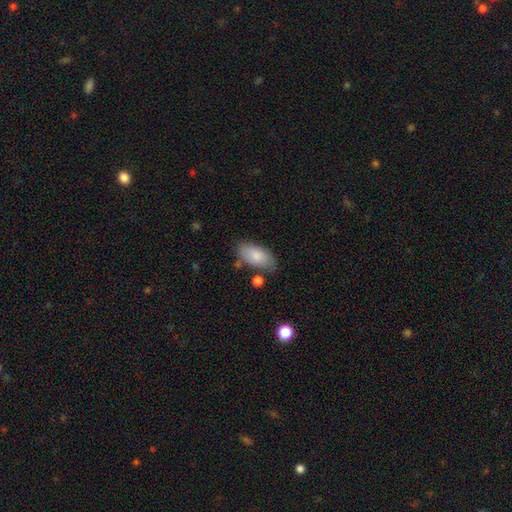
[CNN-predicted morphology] A smooth galaxy with no disk features (83%) that is in between round and cigar-shaped (93%). Merging: none (72%).